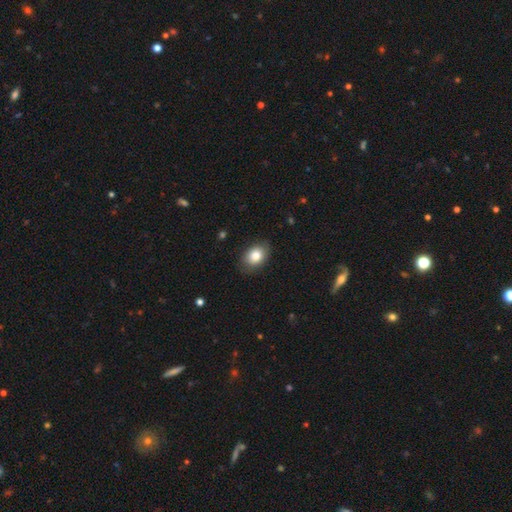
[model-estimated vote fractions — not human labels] This is clearly a smooth galaxy (81%). How rounded: likely in between (77%). Merging: clearly none (81%).